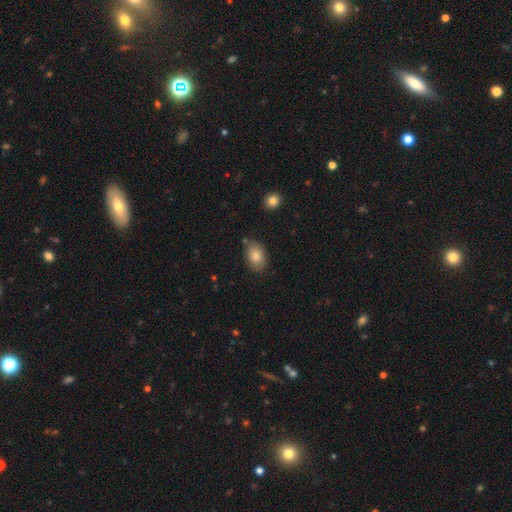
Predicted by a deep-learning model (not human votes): Overall: smooth (80%). How rounded: in between (85%). Merging: none (78%).